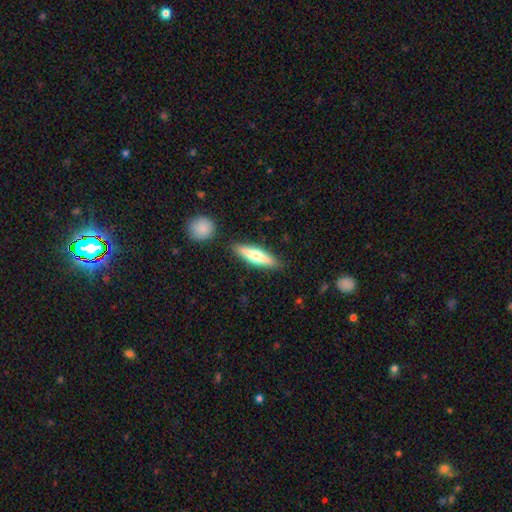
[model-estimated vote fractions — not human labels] smooth_or_featured: smooth (p=0.48) [alt: featured or disk p=0.47]
merging: none (p=0.86) [alt: minor disturbance p=0.09]